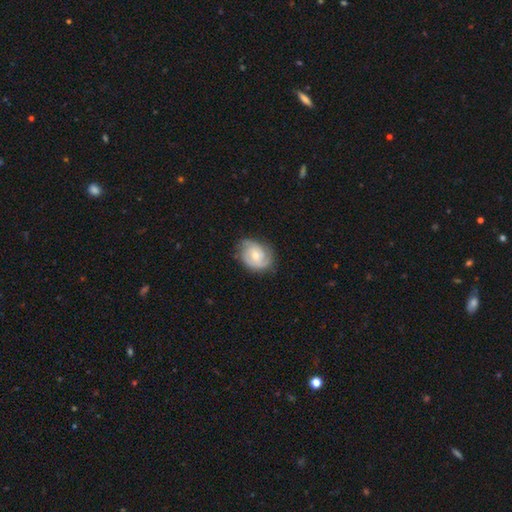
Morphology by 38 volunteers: Smooth or featured? featured or disk (84%)
Edge-on disk? no (100%)
Bar? no (72%)
Spiral arms? yes (94%)
Spiral winding? tight (63%)
Spiral arm count? 2 (50%)
Bulge size? moderate (62%)
Merging? none (82%)